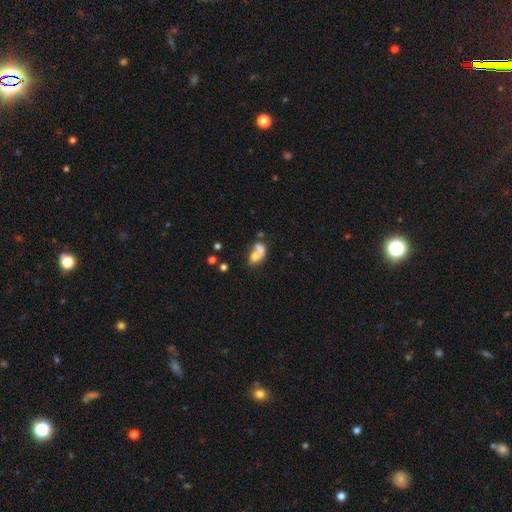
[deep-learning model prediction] smooth-or-featured: smooth: 60% | featured or disk: 29% | star or artifact: 10%
  how-rounded: in between: 72% | round: 25% | cigar-shaped: 3%
  merging: merger: 65% | none: 18% | major disturbance: 9% | minor disturbance: 8%